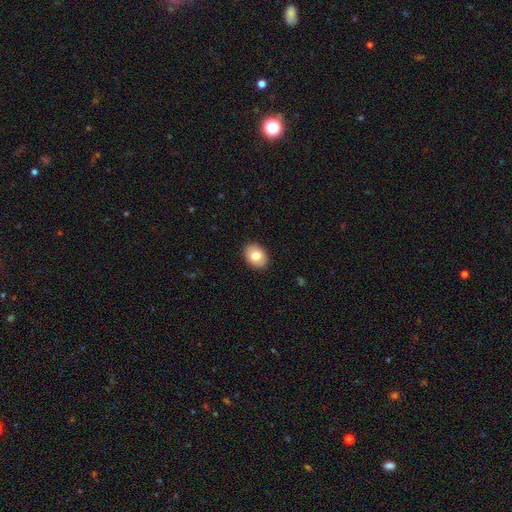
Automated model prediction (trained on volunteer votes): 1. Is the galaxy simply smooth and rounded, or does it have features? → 79% smooth, 13% featured or disk, 8% star or artifact.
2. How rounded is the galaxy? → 68% in between, 31% round, 1% cigar-shaped.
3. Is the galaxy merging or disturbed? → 90% none, 7% minor disturbance, 2% major disturbance, 1% merger.